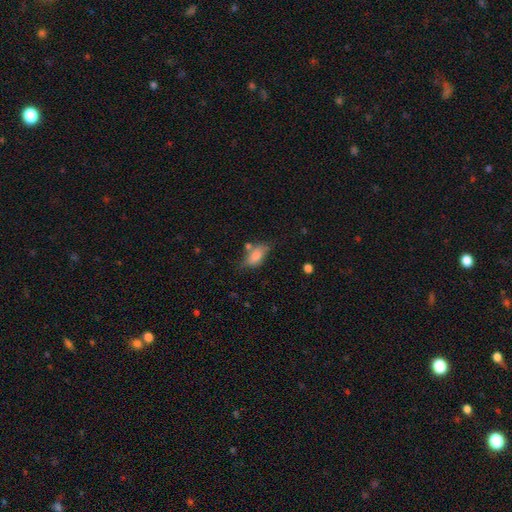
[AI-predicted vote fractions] This is likely a smooth galaxy (77%). How rounded: clearly in between (86%). Merging: possibly none (52%).